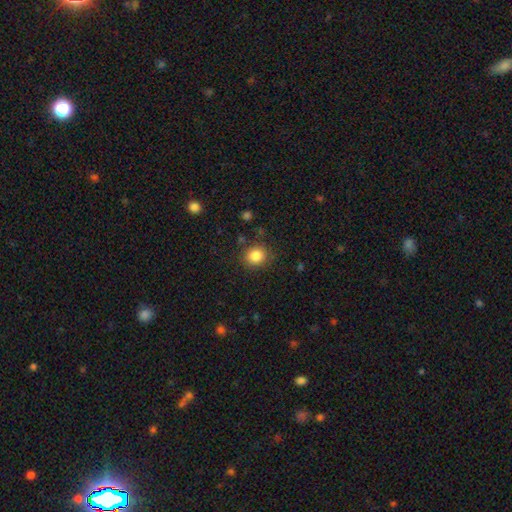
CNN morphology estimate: This is clearly a smooth galaxy (85%). How rounded: likely round (79%). Merging: clearly none (84%).